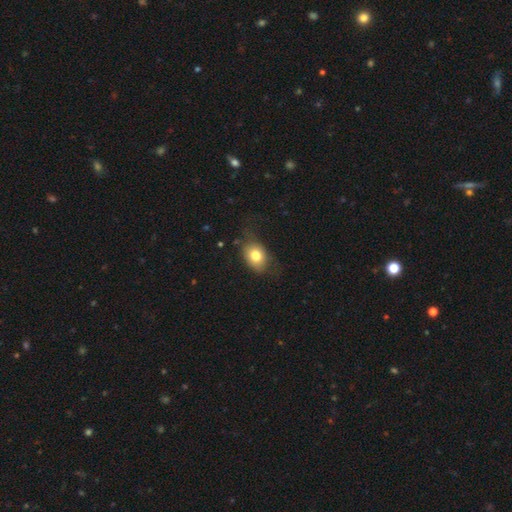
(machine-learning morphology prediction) Overall: smooth (77%). How rounded: in between (67%; round 32%). Merging: none (62%; minor disturbance 26%).